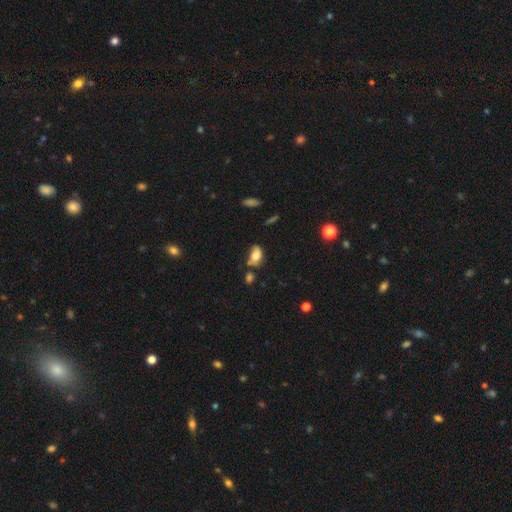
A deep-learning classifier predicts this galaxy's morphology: smooth-or-featured: smooth: 77% | featured or disk: 14% | star or artifact: 9%
  how-rounded: in between: 89% | round: 8% | cigar-shaped: 2%
  merging: none: 45% | minor disturbance: 29% | merger: 17% | major disturbance: 9%